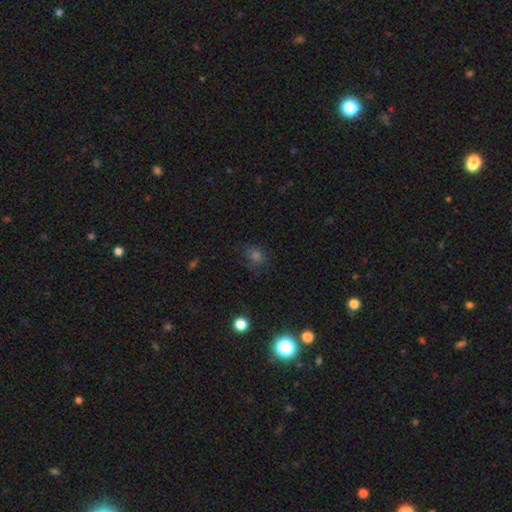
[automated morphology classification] Overall: smooth (61%; star or artifact 30%). How rounded: round (54%; in between 44%). Merging: none (77%).